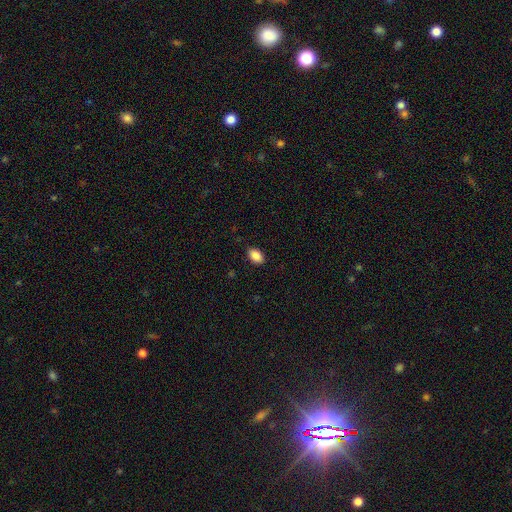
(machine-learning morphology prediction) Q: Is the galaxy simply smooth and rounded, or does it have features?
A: smooth — 88%.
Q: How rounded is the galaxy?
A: in between — 90%.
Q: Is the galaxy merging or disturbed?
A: none — 88%.